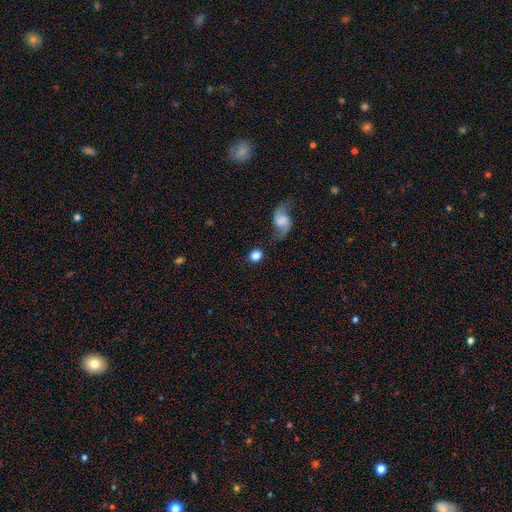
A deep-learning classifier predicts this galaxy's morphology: This is likely a smooth galaxy (76%). How rounded: likely round (79%). Merging: likely none (74%).